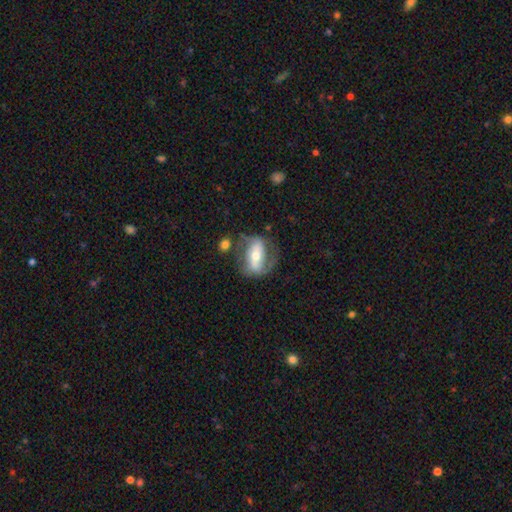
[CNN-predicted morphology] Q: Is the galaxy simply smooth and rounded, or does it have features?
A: featured or disk — 68%.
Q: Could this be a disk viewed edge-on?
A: no — 90%.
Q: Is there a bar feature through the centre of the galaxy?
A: strong — 54%.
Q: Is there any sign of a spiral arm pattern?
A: yes — 75%.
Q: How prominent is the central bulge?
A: moderate — 62%.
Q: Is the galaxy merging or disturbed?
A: none — 58%.